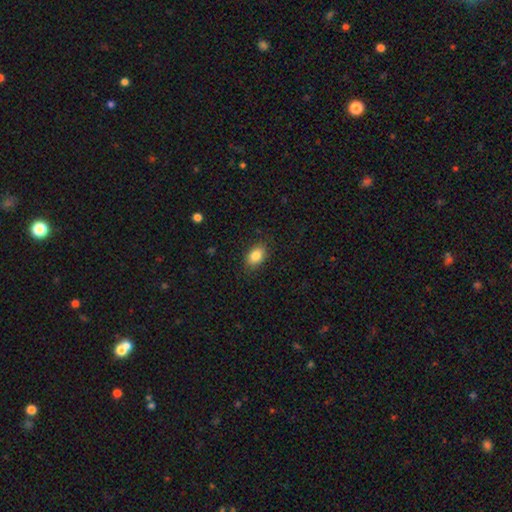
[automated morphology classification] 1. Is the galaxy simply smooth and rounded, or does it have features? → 85% smooth, 8% star or artifact, 7% featured or disk.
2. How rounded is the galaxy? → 86% in between, 12% round, 2% cigar-shaped.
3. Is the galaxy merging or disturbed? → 85% none, 11% minor disturbance, 3% major disturbance, 1% merger.